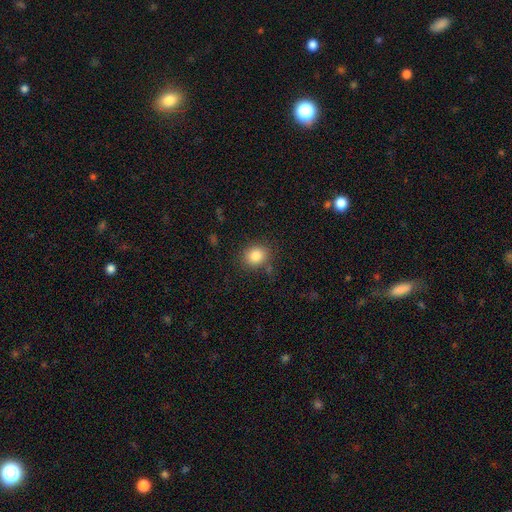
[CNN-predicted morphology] smooth-or-featured: smooth: 84% | star or artifact: 10% | featured or disk: 6%
  how-rounded: round: 67% | in between: 32% | cigar-shaped: 1%
  merging: none: 81% | minor disturbance: 12% | major disturbance: 4% | merger: 3%